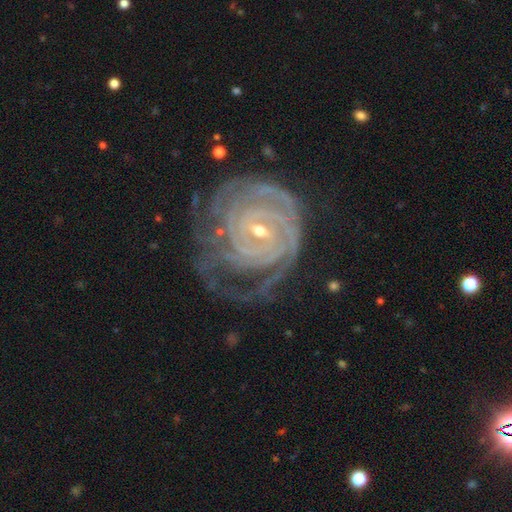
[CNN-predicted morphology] This is clearly a featured or disk galaxy (84%). It is clearly not viewed edge-on (97%). Bar: possibly no (54%). Spiral arm pattern: clearly yes (93%). Spiral arm count: marginally can't tell (39%). Spiral winding: likely tight (79%). Central bulge: likely small (79%). Merging: possibly none (56%).